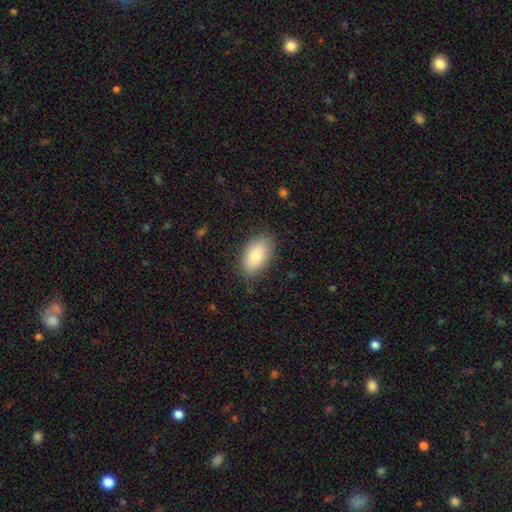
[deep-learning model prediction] Smooth or featured? Predicted: smooth (p=0.84). How rounded? Predicted: in between (p=0.93). Merging? Predicted: none (p=0.84).